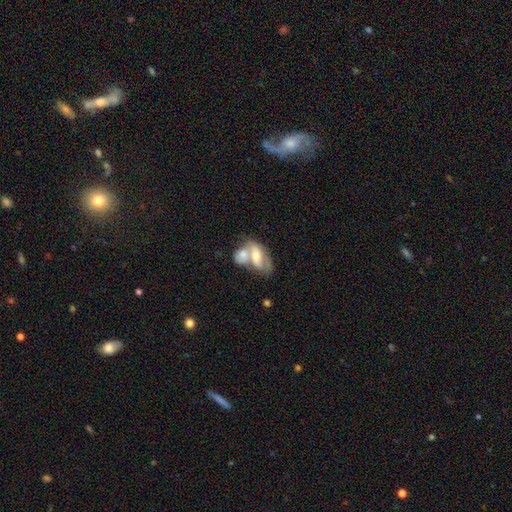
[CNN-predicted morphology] Smooth or featured? featured or disk (47%)
Merging? merger (69%)